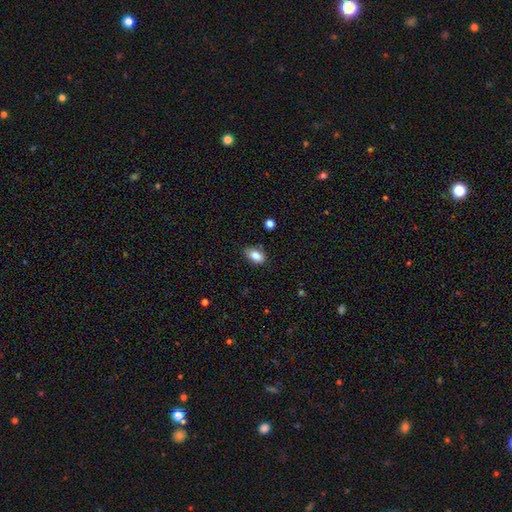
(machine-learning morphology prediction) type=smooth (85%); roundness=in between (90%); merging=none (78%).